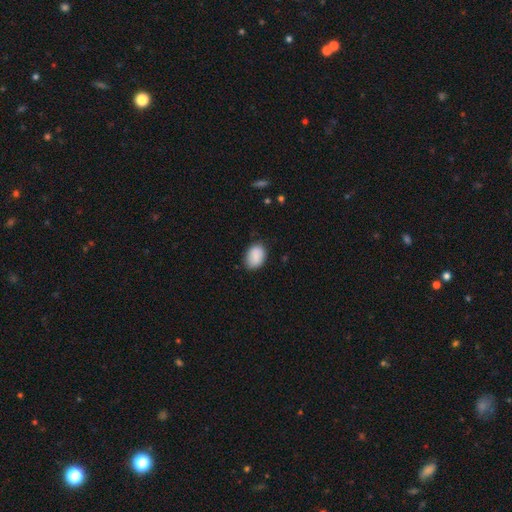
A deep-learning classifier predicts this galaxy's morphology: smooth_or_featured: smooth (p=0.89) [alt: star or artifact p=0.07]
how_rounded: in between (p=0.79) [alt: round p=0.20]
merging: none (p=0.79) [alt: minor disturbance p=0.16]